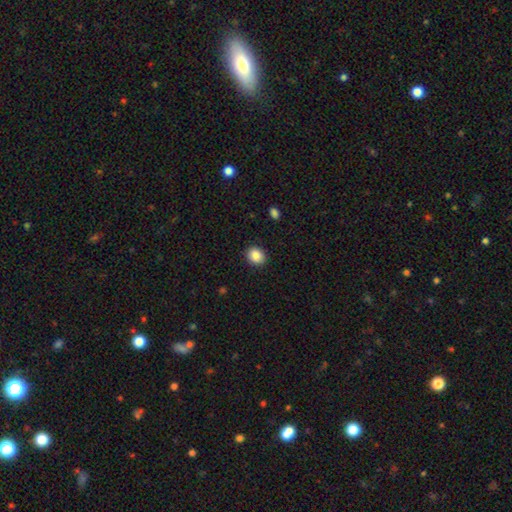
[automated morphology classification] smooth-or-featured: smooth: 87% | star or artifact: 9% | featured or disk: 4%
  how-rounded: round: 63% | in between: 36% | cigar-shaped: 1%
  merging: none: 90% | minor disturbance: 7% | major disturbance: 2% | merger: 1%